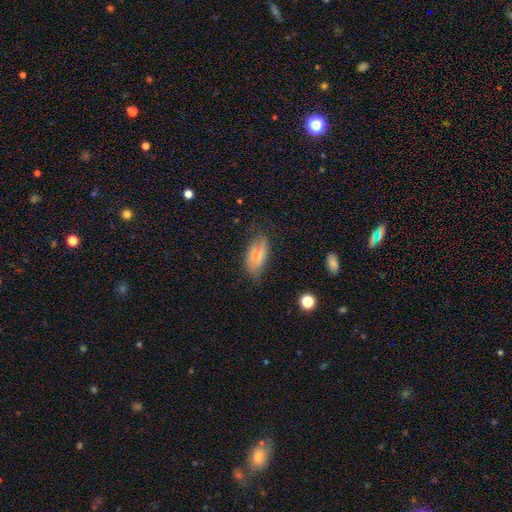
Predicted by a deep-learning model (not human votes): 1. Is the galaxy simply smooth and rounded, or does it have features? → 62% smooth, 28% featured or disk, 10% star or artifact.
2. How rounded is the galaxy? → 90% in between, 6% cigar-shaped, 4% round.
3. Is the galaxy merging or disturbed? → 58% none, 29% minor disturbance, 10% major disturbance, 3% merger.